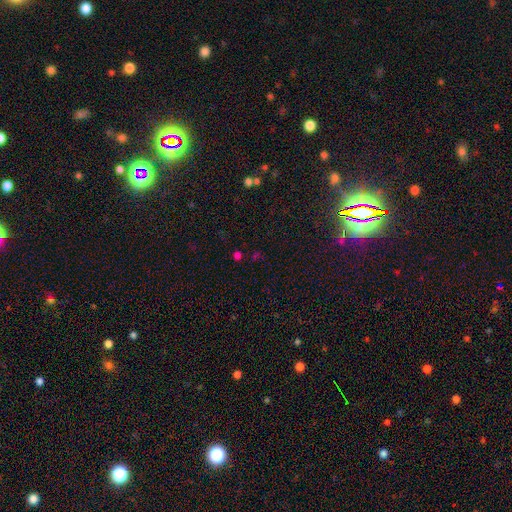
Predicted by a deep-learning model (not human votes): A star or artifact, not a galaxy (52%).

Vote fractions:
- Smooth or featured? star or artifact: 52% / smooth: 41% / featured or disk: 7%